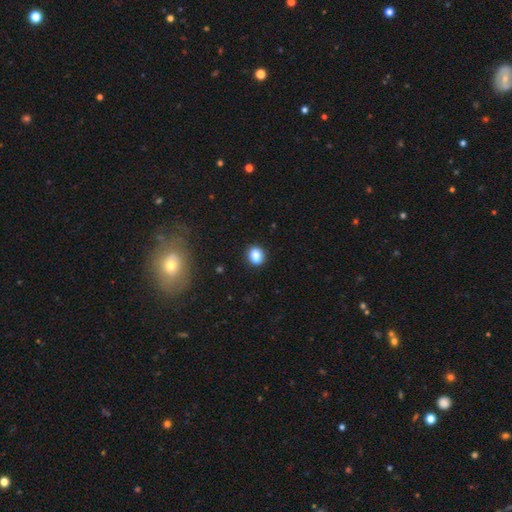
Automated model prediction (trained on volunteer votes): Smooth or featured: smooth — 84% (star or artifact — 10%)
How rounded: round — 50% (in between — 48%)
Merging: none — 83% (minor disturbance — 11%)